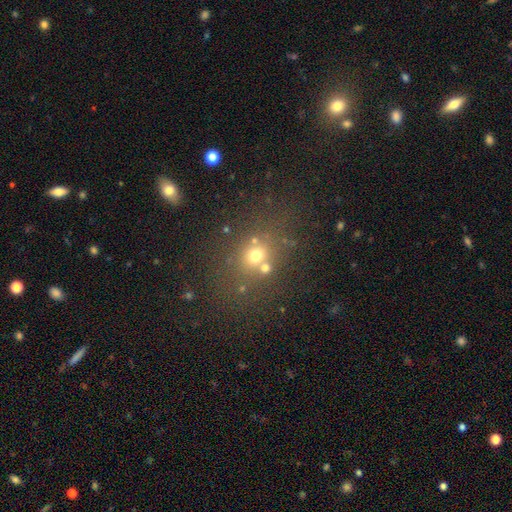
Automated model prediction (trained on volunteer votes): Smooth or featured?
  - smooth: 63% *
  - star or artifact: 23%
  - featured or disk: 13%
How rounded?
  - round: 64% *
  - in between: 34%
  - cigar-shaped: 1%
Merging?
  - none: 65% *
  - merger: 16%
  - minor disturbance: 12%
  - major disturbance: 7%